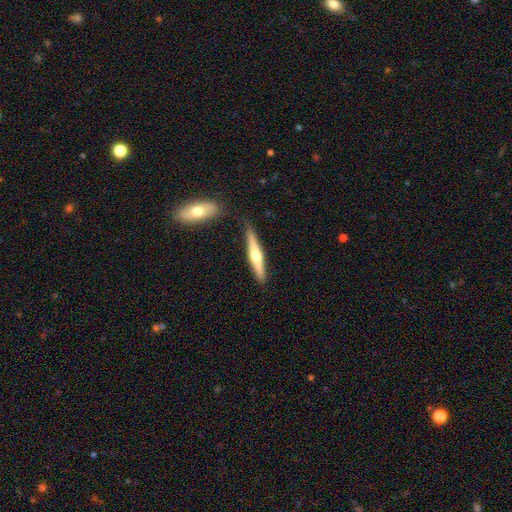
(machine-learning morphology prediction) featured or disk 59%, smooth 36%, star or artifact 5%. Down the decision tree: edge-on disk — yes (97%); edge-on bulge — rounded (89%); merging — none (84%).